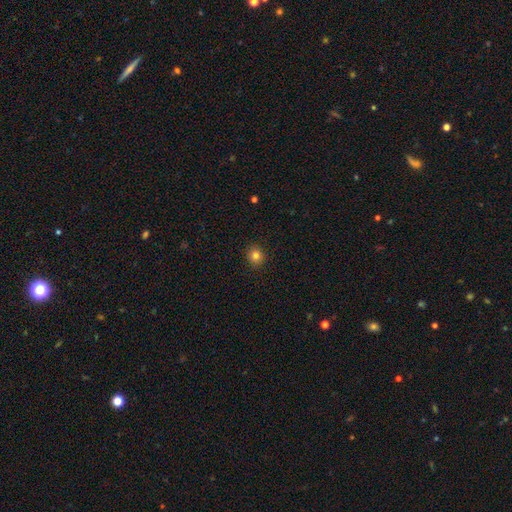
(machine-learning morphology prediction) The model was most divided on "smooth or featured": smooth: 82%, star or artifact: 13%, featured or disk: 6%. More confident: merging — none (91%); how rounded — round (88%).